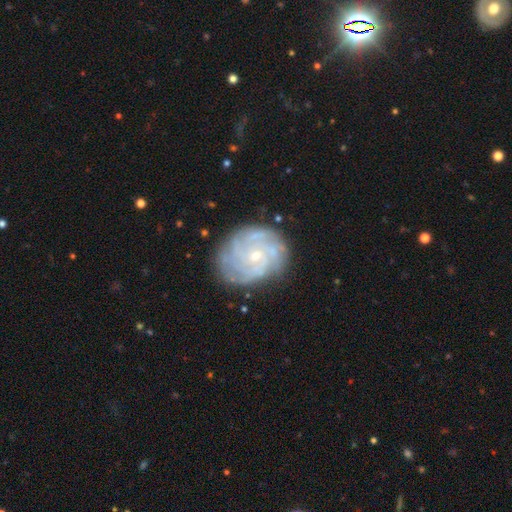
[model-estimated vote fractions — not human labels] A featured or disk galaxy (82%) with no bar (73%), tight (71%) spiral arms (96%) and a small central bulge (78%). Merging: none (81%).